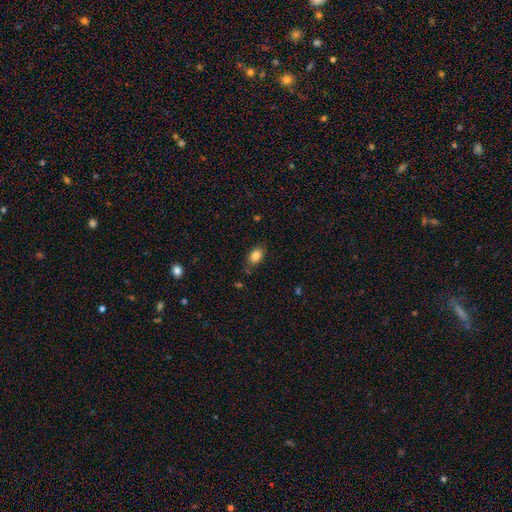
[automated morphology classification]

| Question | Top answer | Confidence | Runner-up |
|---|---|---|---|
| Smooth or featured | smooth | 85% | star or artifact (9%) |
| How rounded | in between | 85% | round (13%) |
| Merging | none | 77% | minor disturbance (17%) |